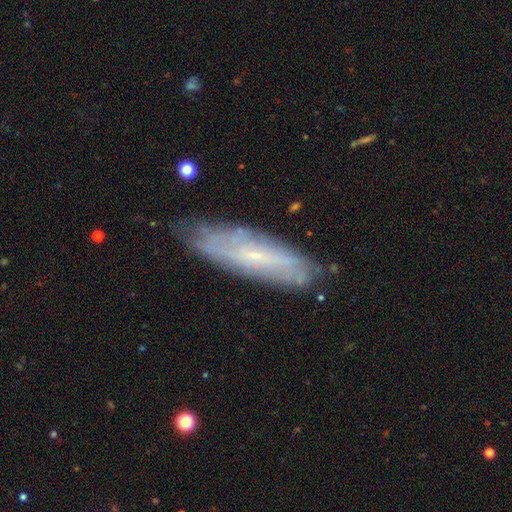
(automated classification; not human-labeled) featured or disk 60%, smooth 31%, star or artifact 8%. Down the decision tree: edge-on disk — no (63%); merging — none (74%).